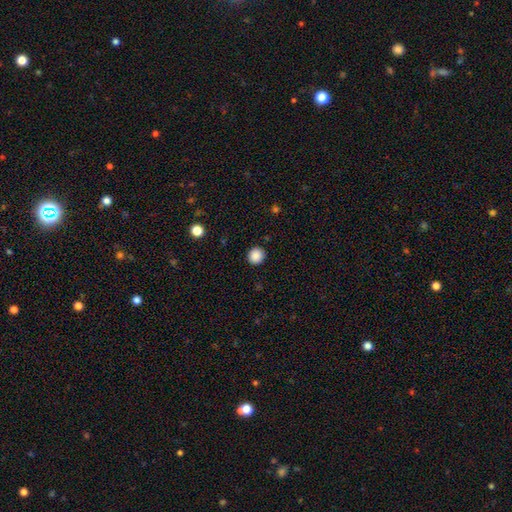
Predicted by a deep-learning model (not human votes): The model was most divided on "smooth or featured": smooth: 88%, star or artifact: 9%, featured or disk: 3%. More confident: merging — none (91%); how rounded — round (90%).